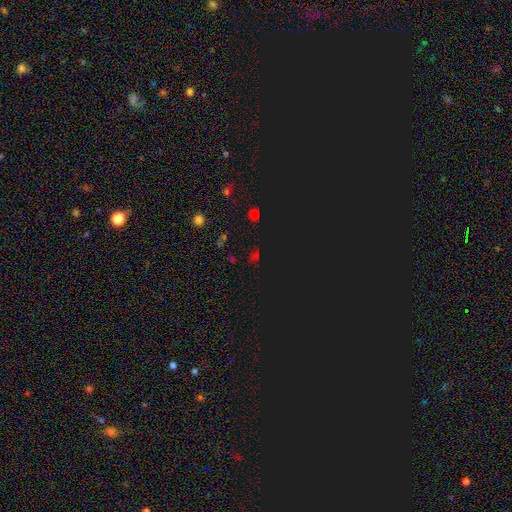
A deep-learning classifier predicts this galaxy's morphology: type=star or artifact (69%).